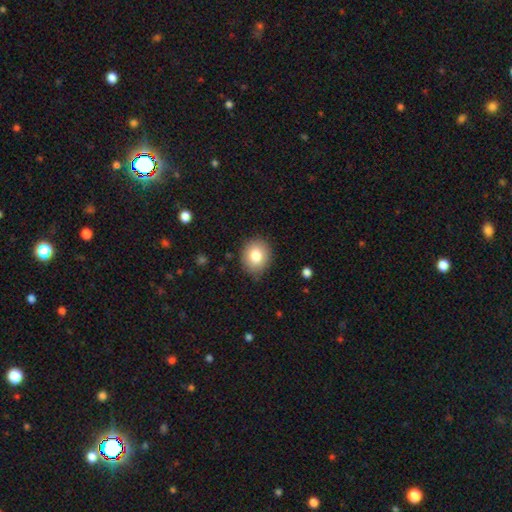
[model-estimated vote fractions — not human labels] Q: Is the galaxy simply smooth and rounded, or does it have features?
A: smooth — 81%.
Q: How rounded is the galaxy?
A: round — 65%.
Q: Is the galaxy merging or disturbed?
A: none — 85%.